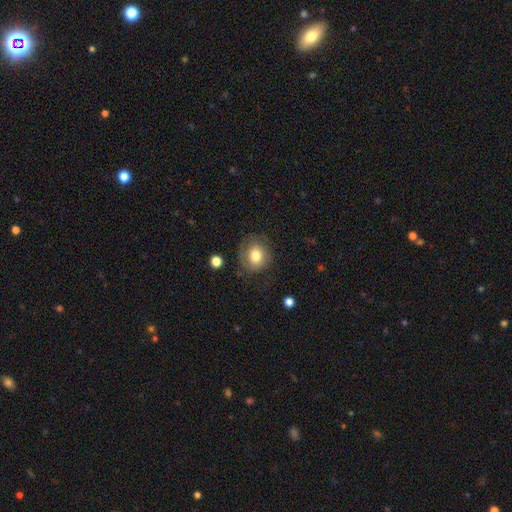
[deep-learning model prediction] The model was most divided on "merging": none: 70%, minor disturbance: 19%, major disturbance: 10%, merger: 2%. More confident: how rounded — round (78%); smooth or featured — smooth (74%).